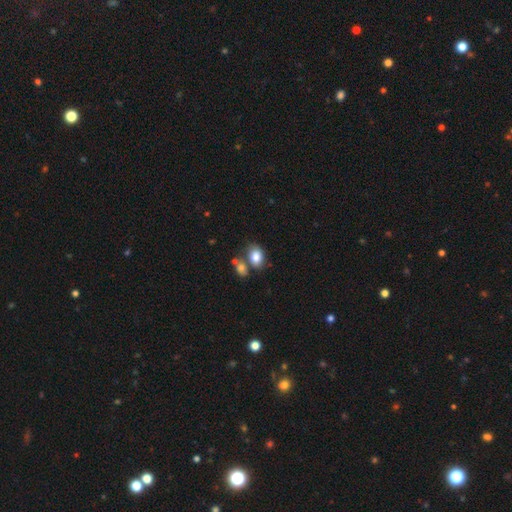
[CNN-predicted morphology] Smooth or featured: smooth — 83% (star or artifact — 8%)
How rounded: in between — 74% (round — 25%)
Merging: none — 54% (merger — 26%)